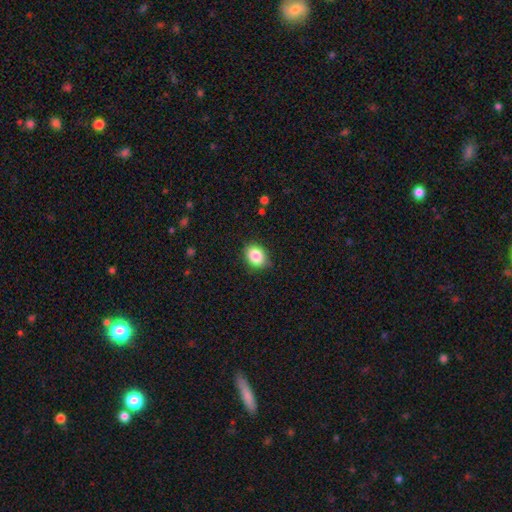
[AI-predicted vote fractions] Overall: smooth (85%). How rounded: in between (54%; round 45%). Merging: none (82%).